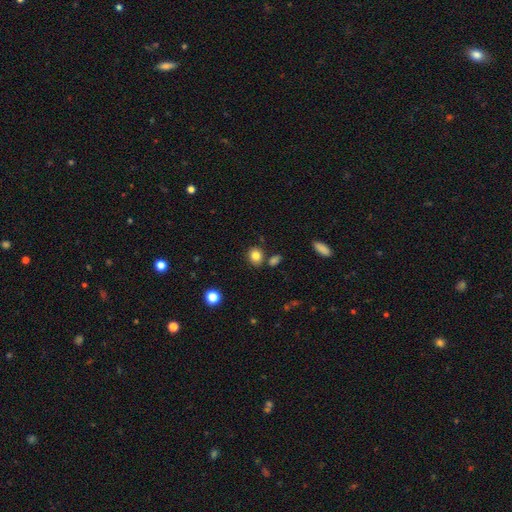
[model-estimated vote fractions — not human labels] A smooth galaxy with no disk features (83%) that is round (67%). Merging: none (78%).